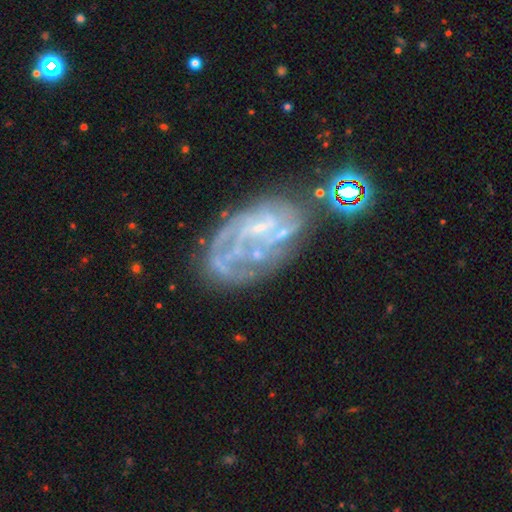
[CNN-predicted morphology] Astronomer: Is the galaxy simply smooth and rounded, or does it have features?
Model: featured or disk — 76%.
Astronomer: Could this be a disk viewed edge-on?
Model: no — 97%.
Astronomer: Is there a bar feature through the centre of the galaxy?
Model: no — 60%.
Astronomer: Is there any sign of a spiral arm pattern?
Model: yes — 69%.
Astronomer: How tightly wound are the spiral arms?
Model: tight — 41% (runner-up: medium, 37%).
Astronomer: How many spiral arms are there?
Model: can't tell — 47%.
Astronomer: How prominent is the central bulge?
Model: small — 52% (runner-up: none, 37%).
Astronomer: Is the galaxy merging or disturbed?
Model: none — 44% (runner-up: major disturbance, 24%).